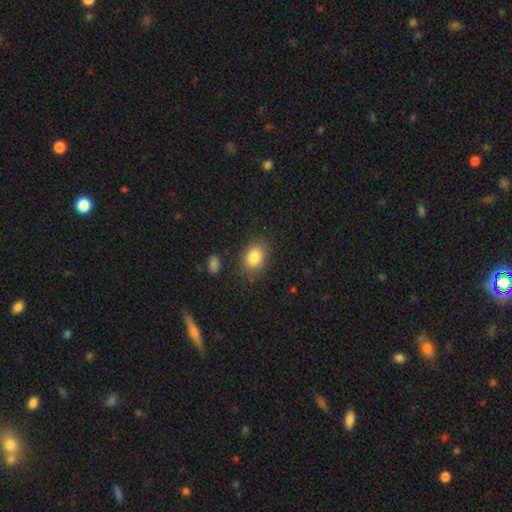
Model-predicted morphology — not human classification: type=smooth (84%); roundness=in between (70%); merging=none (84%).